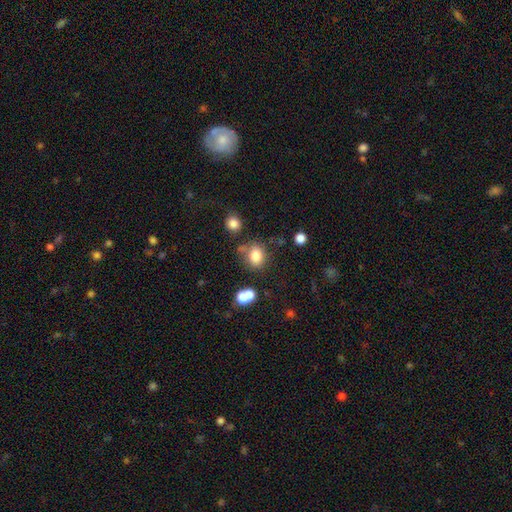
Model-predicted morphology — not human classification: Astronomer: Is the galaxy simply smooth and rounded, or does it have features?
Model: smooth — 80%.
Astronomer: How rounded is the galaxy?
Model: round — 58% (runner-up: in between, 41%).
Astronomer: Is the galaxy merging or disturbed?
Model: none — 65%.